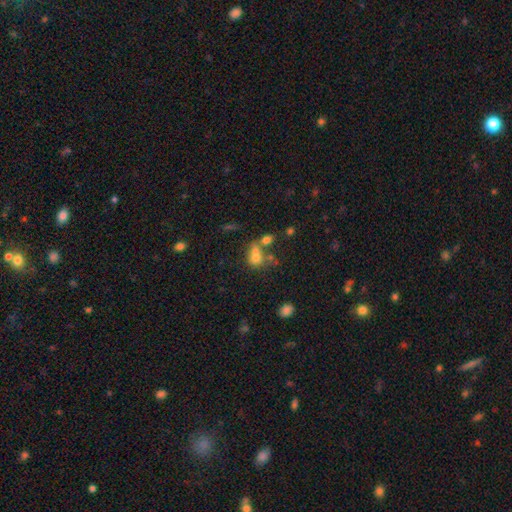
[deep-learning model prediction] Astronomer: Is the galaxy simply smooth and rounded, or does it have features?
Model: smooth — 67%.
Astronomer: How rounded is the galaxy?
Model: in between — 51% (runner-up: round, 47%).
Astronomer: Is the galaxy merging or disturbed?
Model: merger — 52% (runner-up: none, 28%).